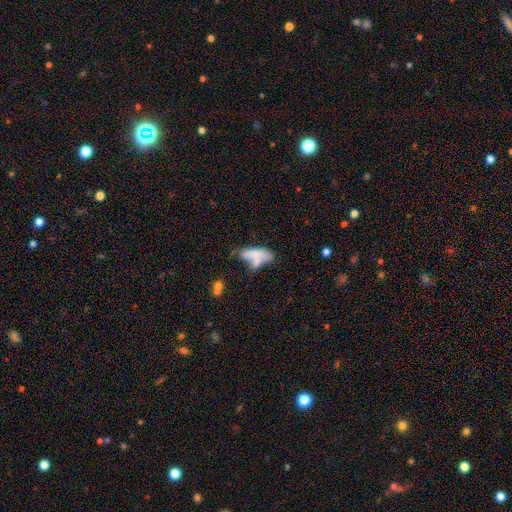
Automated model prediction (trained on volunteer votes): Smooth or featured: smooth — 65% (featured or disk — 26%)
How rounded: in between — 74% (cigar-shaped — 22%)
Merging: merger — 37% (none — 26%)